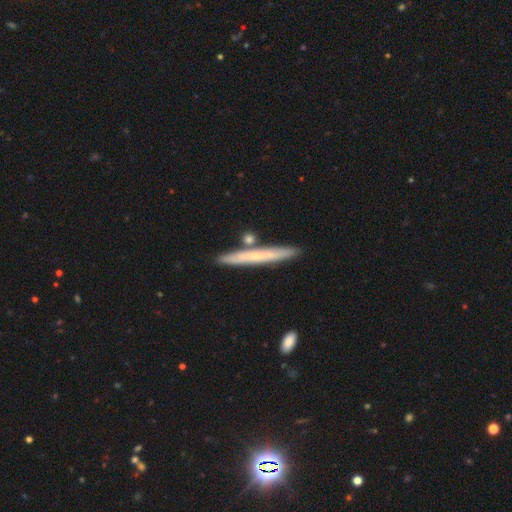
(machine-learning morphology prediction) A smooth galaxy with no disk features (51%) that is cigar-shaped (96%).

Vote fractions:
- Smooth or featured? smooth: 51% / featured or disk: 42% / star or artifact: 6%
- How rounded? cigar-shaped: 96% / in between: 3% / round: 1%
- Merging? none: 84% / minor disturbance: 9% / merger: 5% / major disturbance: 2%